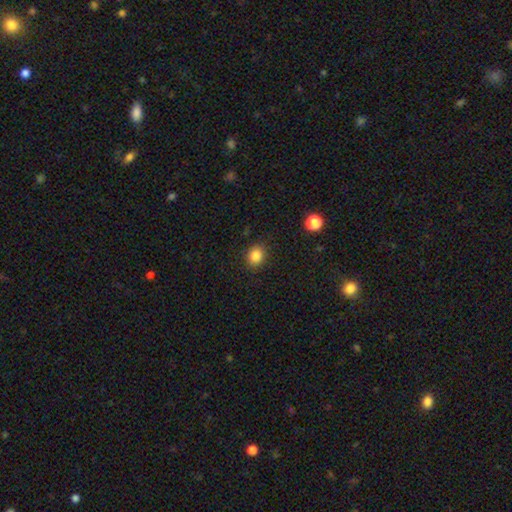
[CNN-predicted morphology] smooth-or-featured: smooth: 85% | star or artifact: 11% | featured or disk: 5%
  how-rounded: round: 64% | in between: 35% | cigar-shaped: 1%
  merging: none: 88% | minor disturbance: 8% | major disturbance: 3% | merger: 1%